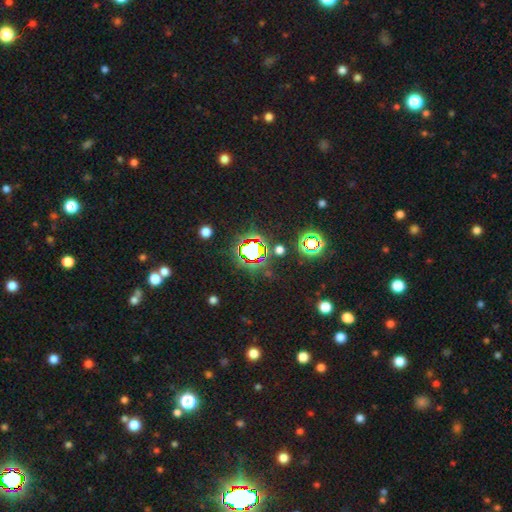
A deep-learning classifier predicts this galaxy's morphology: Smooth or featured? Predicted: star or artifact (p=0.79).